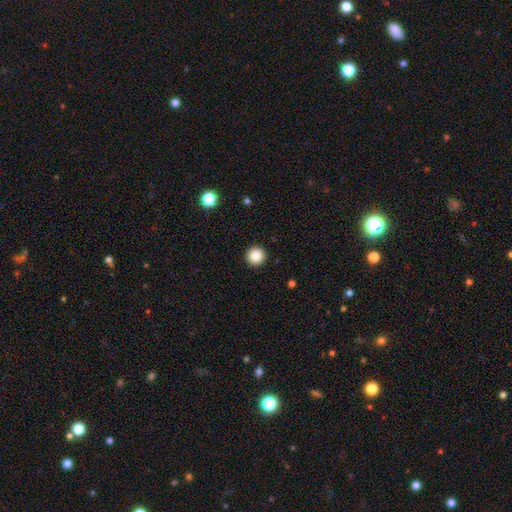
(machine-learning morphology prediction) type=smooth (86%); roundness=round (96%); merging=none (93%).